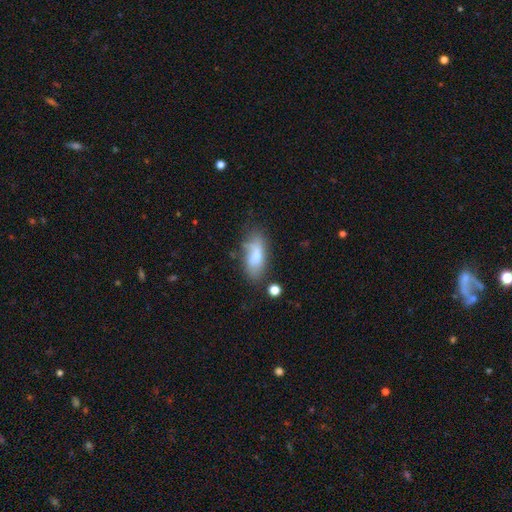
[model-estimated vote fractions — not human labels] This is likely a smooth galaxy (72%). How rounded: likely in between (78%). Merging: possibly none (50%).